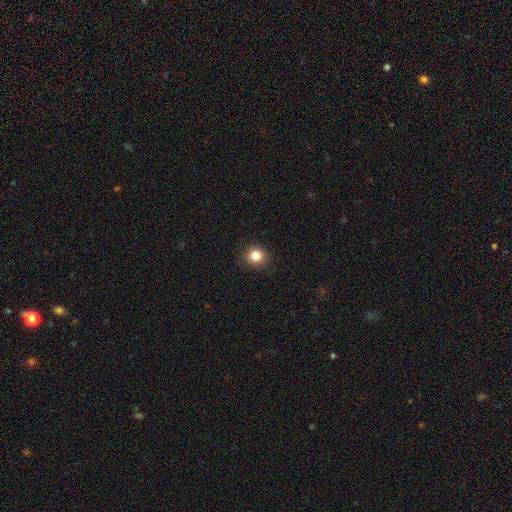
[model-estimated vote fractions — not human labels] Smooth or featured: smooth — 83% (star or artifact — 12%)
How rounded: round — 87% (in between — 12%)
Merging: none — 88% (minor disturbance — 9%)